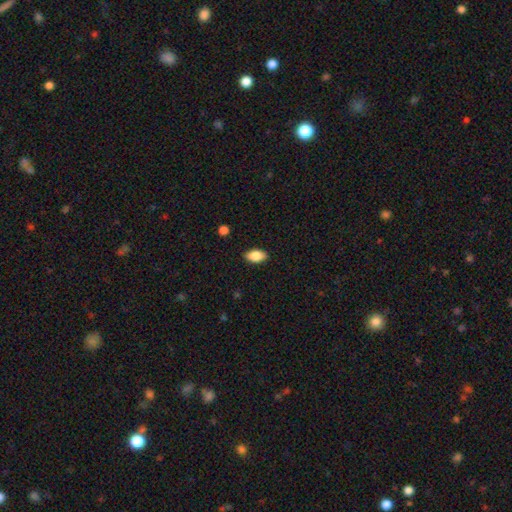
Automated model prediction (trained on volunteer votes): smooth 86%, star or artifact 7%, featured or disk 7%. Down the decision tree: how rounded — in between (92%); merging — none (88%).